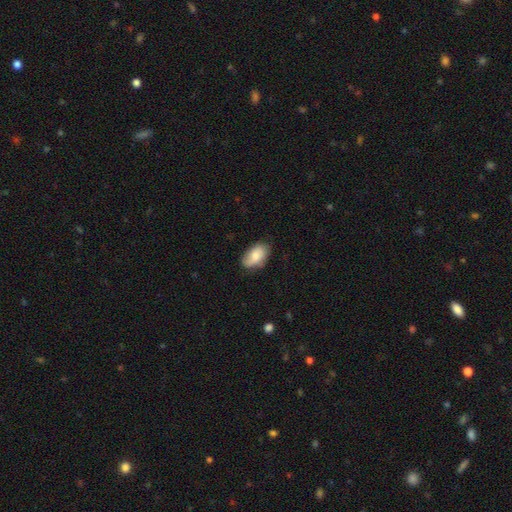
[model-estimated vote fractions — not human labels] The model was most divided on "merging": none: 68%, minor disturbance: 25%, major disturbance: 5%, merger: 1%. More confident: how rounded — in between (92%); smooth or featured — smooth (72%).